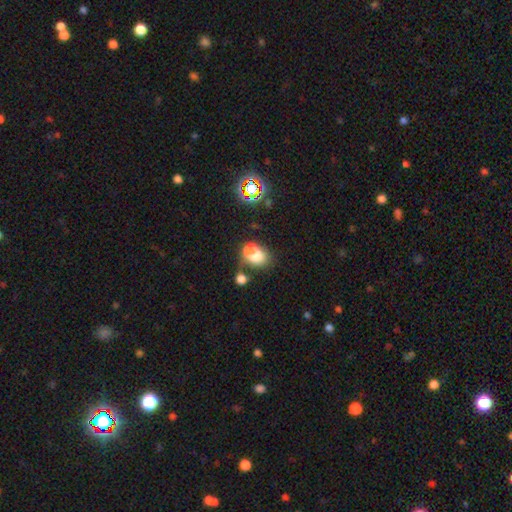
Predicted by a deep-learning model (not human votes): A smooth galaxy with no disk features (64%) that is in between round and cigar-shaped (63%). Merging: merger (54%).